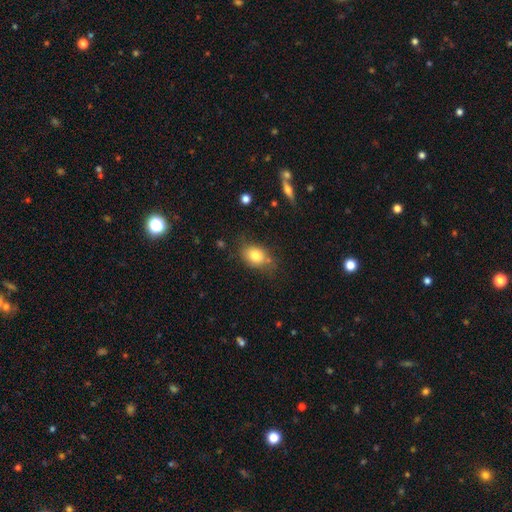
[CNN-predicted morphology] Smooth or featured? Predicted: smooth (p=0.78). How rounded? Predicted: in between (p=0.67). Merging? Predicted: none (p=0.67).